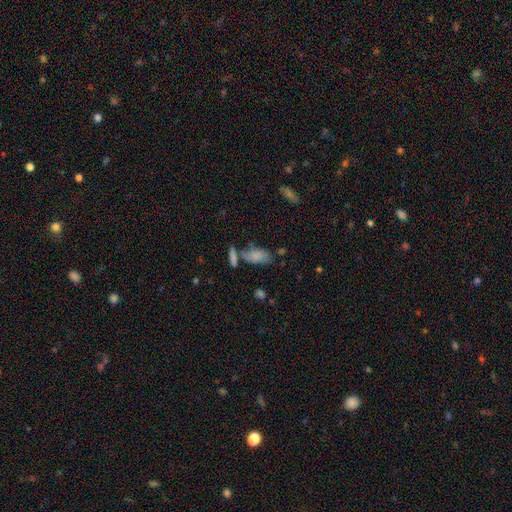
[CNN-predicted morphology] smooth 77%, featured or disk 14%, star or artifact 9%. Down the decision tree: how rounded — in between (89%); merging — none (54%).